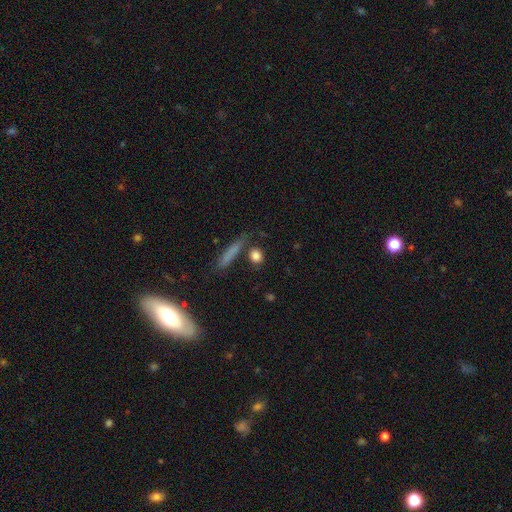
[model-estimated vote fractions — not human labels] The model was most divided on "how rounded": round: 64%, in between: 23%, cigar-shaped: 13%. More confident: smooth or featured — smooth (84%); merging — none (77%).